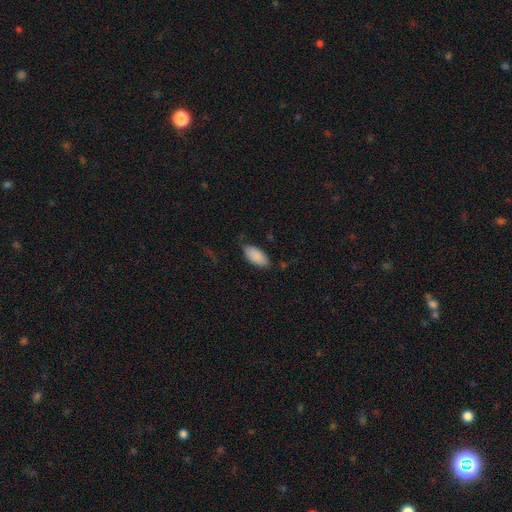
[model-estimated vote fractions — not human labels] Smooth or featured? smooth (89%)
How rounded? in between (92%)
Merging? none (77%)